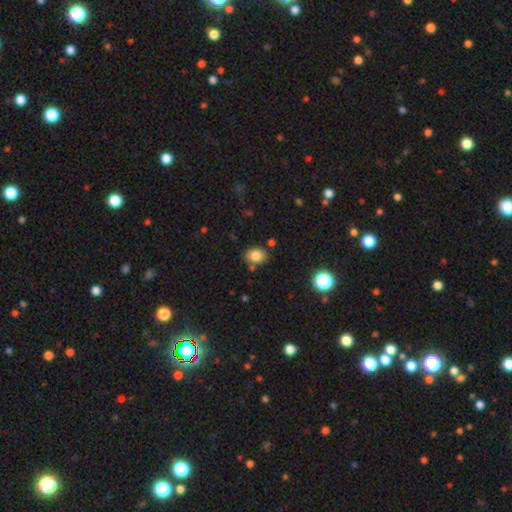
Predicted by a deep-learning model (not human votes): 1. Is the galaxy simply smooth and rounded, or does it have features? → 81% smooth, 11% star or artifact, 8% featured or disk.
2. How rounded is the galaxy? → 53% in between, 46% round, 1% cigar-shaped.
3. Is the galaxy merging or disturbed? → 79% none, 12% minor disturbance, 6% merger, 3% major disturbance.